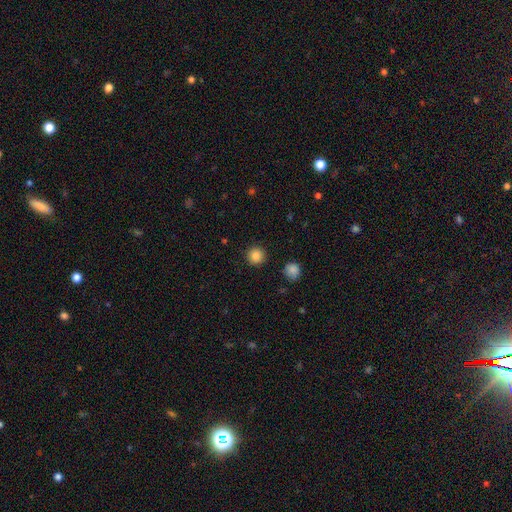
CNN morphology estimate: This is clearly a smooth galaxy (86%). How rounded: clearly round (95%). Merging: clearly none (92%).